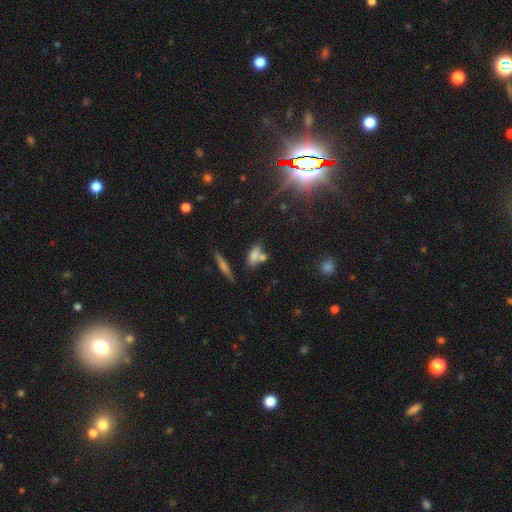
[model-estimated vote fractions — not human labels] smooth 69%, featured or disk 17%, star or artifact 14%. Down the decision tree: how rounded — in between (72%); merging — none (48%).